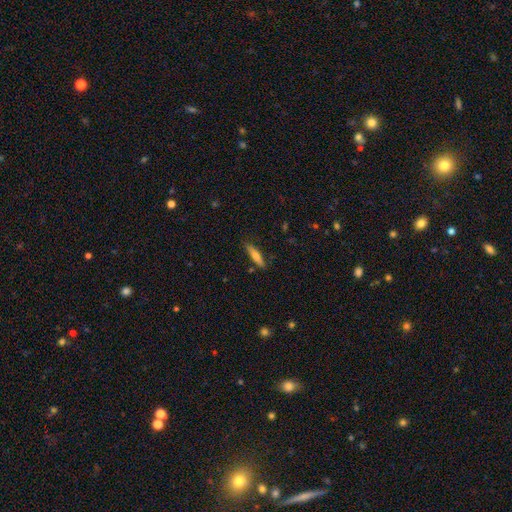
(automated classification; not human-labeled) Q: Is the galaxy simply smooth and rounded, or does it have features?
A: smooth — 57%.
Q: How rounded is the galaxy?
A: cigar-shaped — 82%.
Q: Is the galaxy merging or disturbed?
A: none — 85%.